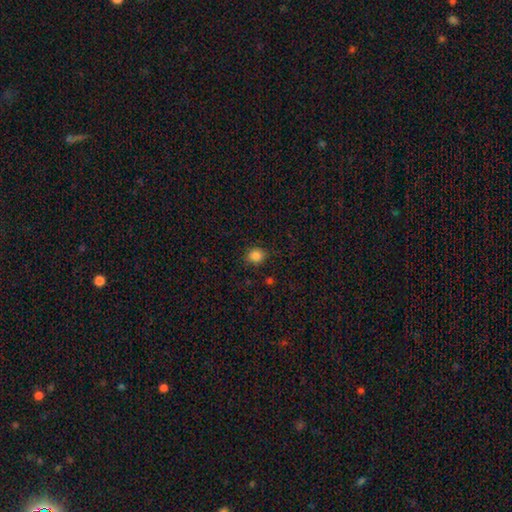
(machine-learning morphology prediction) Smooth or featured?
  - smooth: 84% *
  - star or artifact: 11%
  - featured or disk: 4%
How rounded?
  - round: 75% *
  - in between: 24%
  - cigar-shaped: 1%
Merging?
  - none: 85% *
  - minor disturbance: 11%
  - major disturbance: 3%
  - merger: 1%